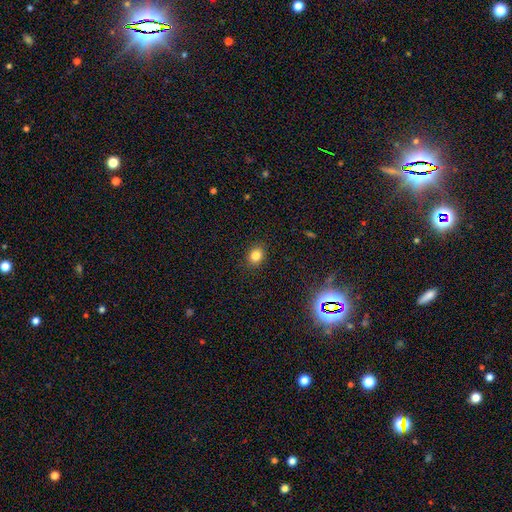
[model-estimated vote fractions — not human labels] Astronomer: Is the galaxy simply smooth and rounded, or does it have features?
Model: smooth — 83%.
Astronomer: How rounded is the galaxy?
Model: round — 51% (runner-up: in between, 48%).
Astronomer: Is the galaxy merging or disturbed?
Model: none — 88%.